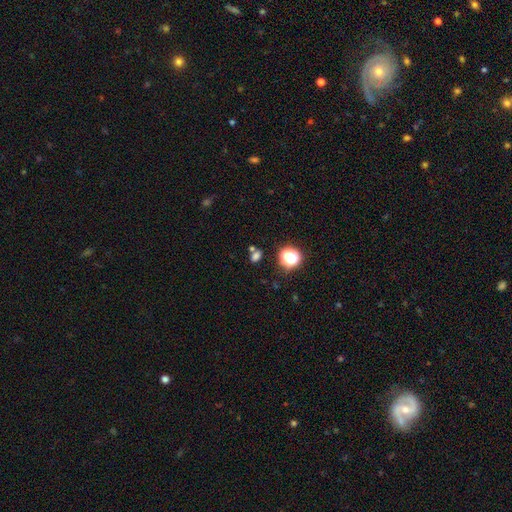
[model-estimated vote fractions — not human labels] Smooth or featured: smooth — 65% (star or artifact — 28%)
How rounded: in between — 60% (round — 38%)
Merging: none — 64% (merger — 20%)